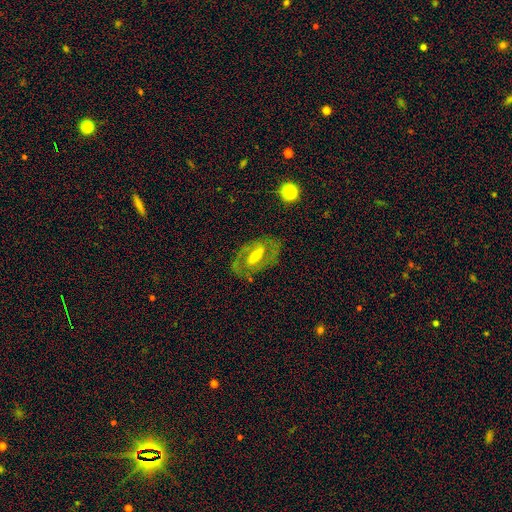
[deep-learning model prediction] featured or disk 76%, smooth 18%, star or artifact 7%. Down the decision tree: edge-on disk — no (94%); bar — strong (41%); spiral arms — yes (75%); spiral arm count — 2 (82%); spiral winding — medium (47%); bulge size — moderate (47%); merging — none (77%).